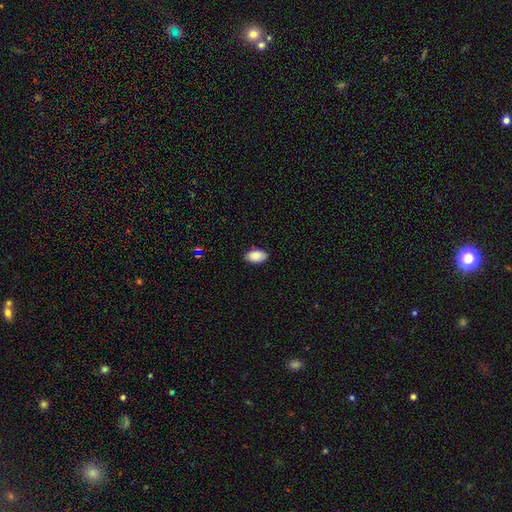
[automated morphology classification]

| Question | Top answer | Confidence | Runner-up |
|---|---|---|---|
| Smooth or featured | smooth | 90% | star or artifact (6%) |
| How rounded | in between | 94% | round (4%) |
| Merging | none | 86% | minor disturbance (11%) |